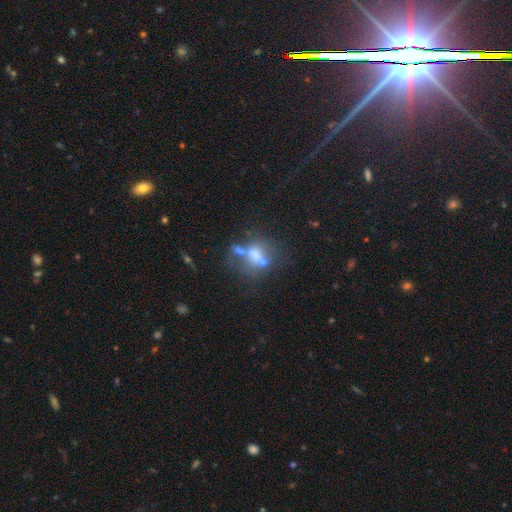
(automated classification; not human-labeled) smooth 43%, featured or disk 40%, star or artifact 17%. Down the decision tree: merging — merger (41%).